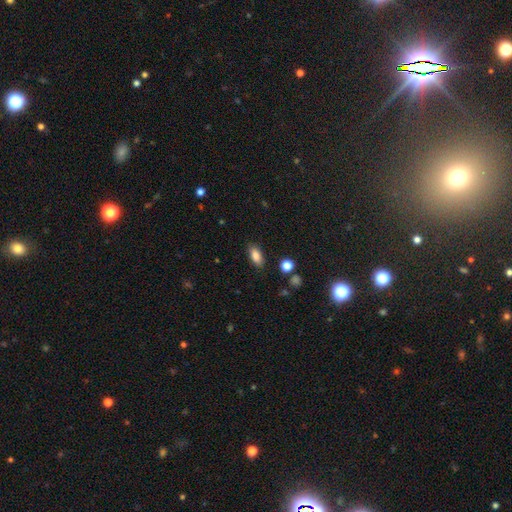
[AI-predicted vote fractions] Smooth or featured?
  - smooth: 85% *
  - star or artifact: 9%
  - featured or disk: 6%
How rounded?
  - in between: 87% *
  - cigar-shaped: 8%
  - round: 5%
Merging?
  - none: 87% *
  - minor disturbance: 9%
  - major disturbance: 2%
  - merger: 2%